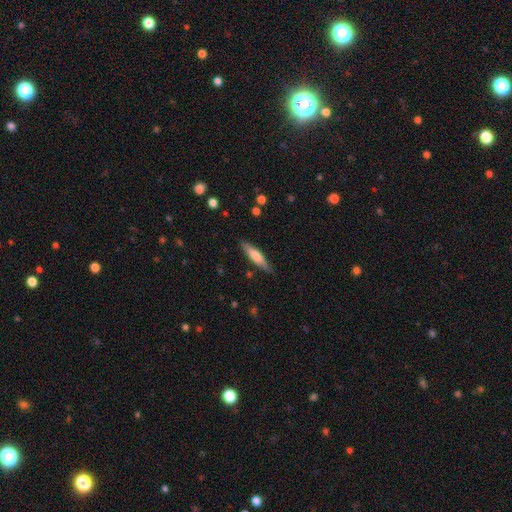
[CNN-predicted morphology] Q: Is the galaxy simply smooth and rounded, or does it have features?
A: smooth — 61%.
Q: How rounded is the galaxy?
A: cigar-shaped — 81%.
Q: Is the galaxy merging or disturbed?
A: none — 85%.